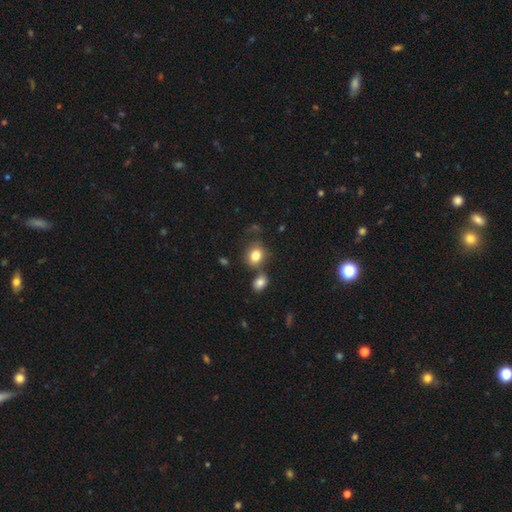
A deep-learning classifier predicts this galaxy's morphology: This appears to be a smooth galaxy with no disk features (81%) that is round (58%). Merging: none (63%).